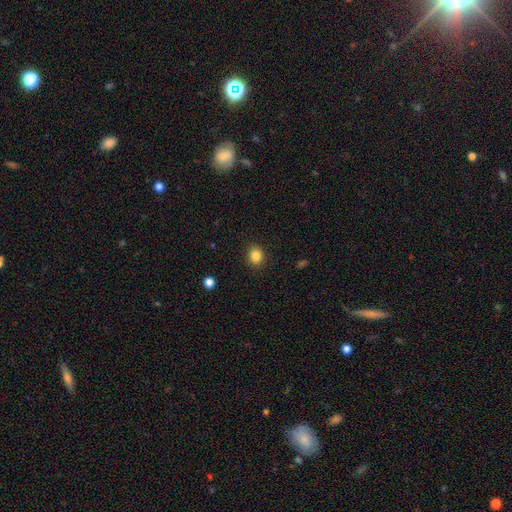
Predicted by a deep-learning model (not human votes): Smooth or featured? Predicted: smooth (p=0.84). How rounded? Predicted: round (p=0.70). Merging? Predicted: none (p=0.90).